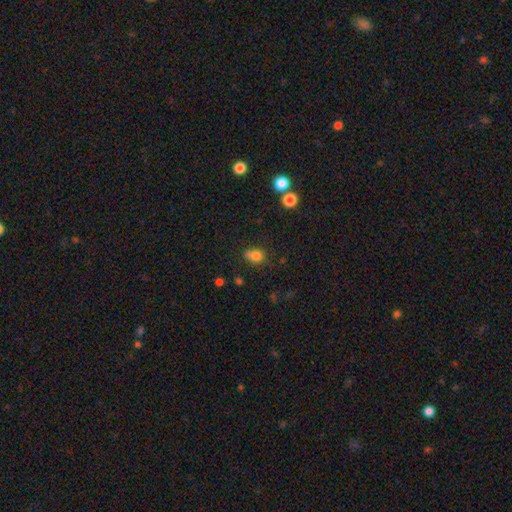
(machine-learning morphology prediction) Overall: smooth (78%). How rounded: round (51%; in between 47%). Merging: none (51%; minor disturbance 27%).